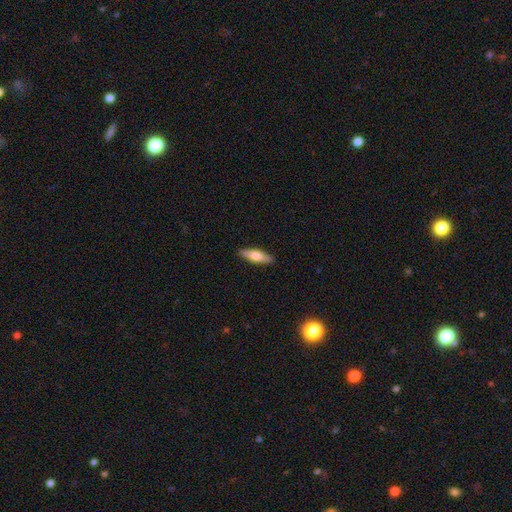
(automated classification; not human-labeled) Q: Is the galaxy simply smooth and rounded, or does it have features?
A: smooth — 66%.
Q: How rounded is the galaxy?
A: cigar-shaped — 54%.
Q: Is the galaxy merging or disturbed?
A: none — 89%.